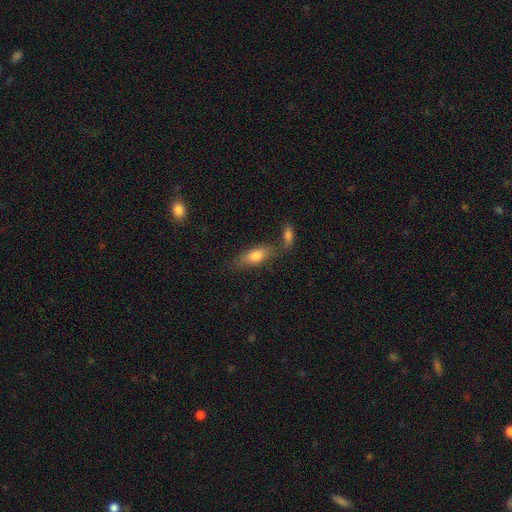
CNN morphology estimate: This is likely a smooth galaxy (74%). How rounded: likely in between (71%). Merging: possibly none (57%).